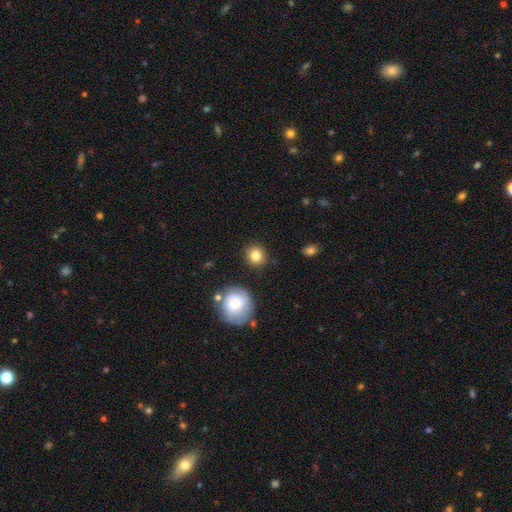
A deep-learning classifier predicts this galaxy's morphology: Q: Smooth or featured?
A: smooth (83%); runner-up: star or artifact (9%)
Q: How rounded?
A: round (87%); runner-up: in between (12%)
Q: Merging?
A: none (87%); runner-up: minor disturbance (8%)